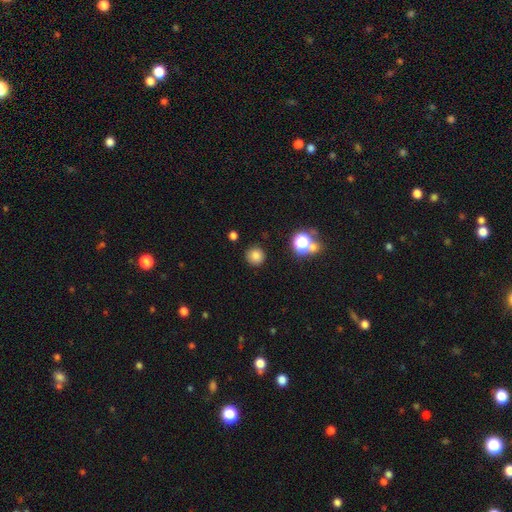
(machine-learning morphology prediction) Smooth or featured? smooth (80%)
How rounded? round (94%)
Merging? none (88%)